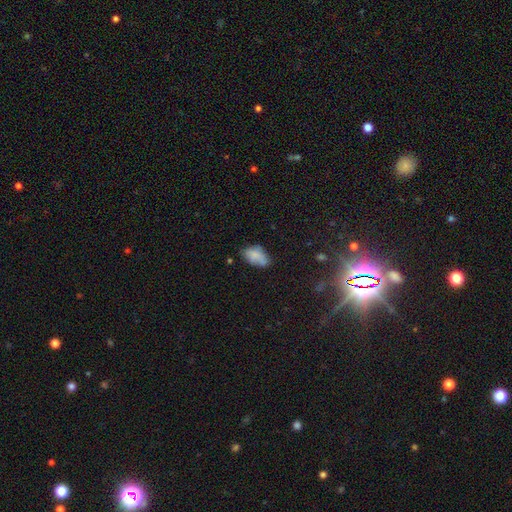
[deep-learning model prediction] A smooth galaxy with no disk features (74%) that is in between round and cigar-shaped (91%). Merging: none (50%).